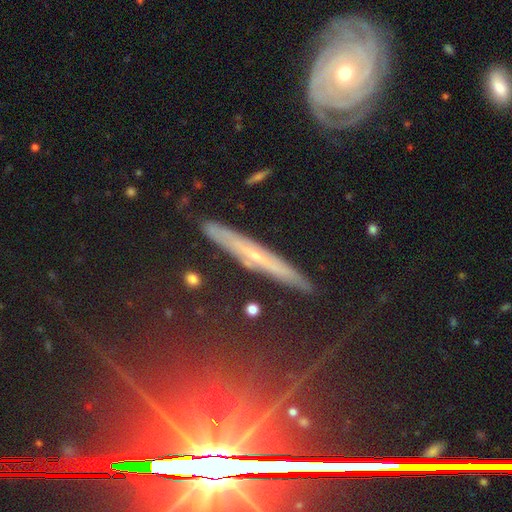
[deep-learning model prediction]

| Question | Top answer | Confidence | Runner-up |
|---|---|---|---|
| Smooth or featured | featured or disk | 63% | smooth (25%) |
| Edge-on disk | yes | 88% | no (12%) |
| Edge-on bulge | none | 53% | rounded (43%) |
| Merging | none | 85% | minor disturbance (11%) |